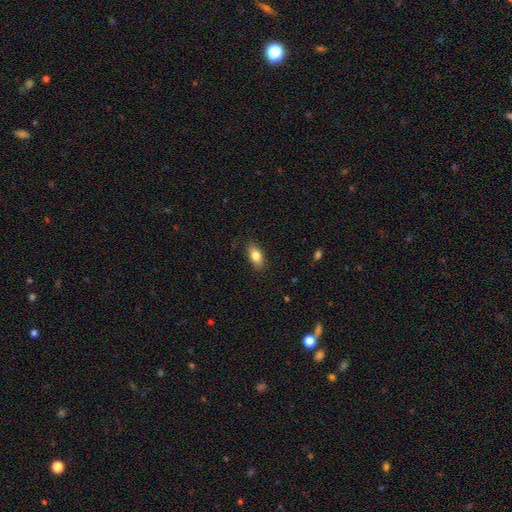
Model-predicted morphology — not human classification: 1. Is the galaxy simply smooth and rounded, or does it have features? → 83% smooth, 10% featured or disk, 7% star or artifact.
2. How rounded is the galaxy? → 89% in between, 6% cigar-shaped, 5% round.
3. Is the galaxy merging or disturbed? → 87% none, 10% minor disturbance, 2% major disturbance, 1% merger.